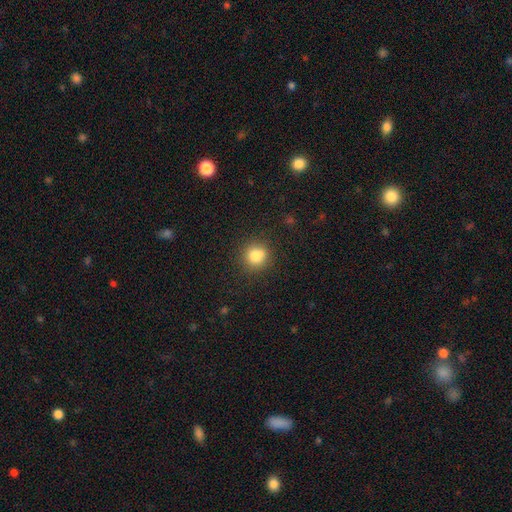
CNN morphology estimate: smooth_or_featured: smooth (p=0.82) [alt: star or artifact p=0.12]
how_rounded: round (p=0.88) [alt: in between p=0.11]
merging: none (p=0.84) [alt: minor disturbance p=0.10]